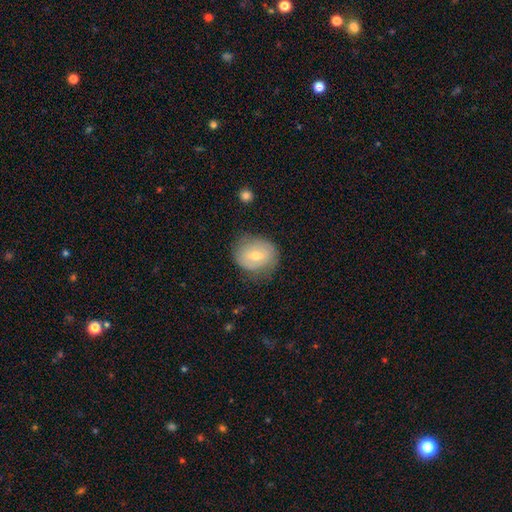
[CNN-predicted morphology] smooth 61%, featured or disk 31%, star or artifact 8%. Down the decision tree: how rounded — round (70%); merging — none (69%).